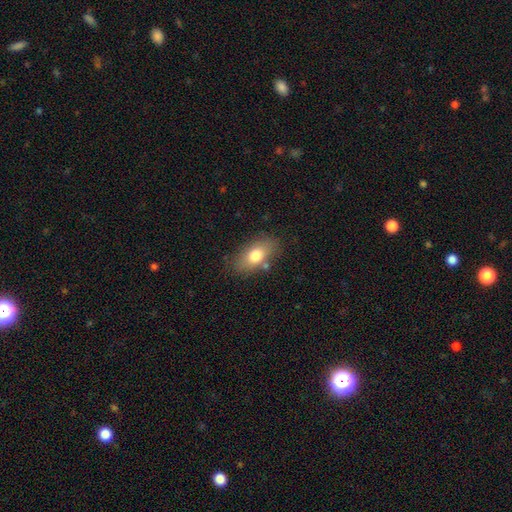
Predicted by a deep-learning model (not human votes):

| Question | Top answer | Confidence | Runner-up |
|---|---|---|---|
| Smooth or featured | smooth | 75% | featured or disk (17%) |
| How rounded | in between | 87% | round (8%) |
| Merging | none | 76% | minor disturbance (15%) |